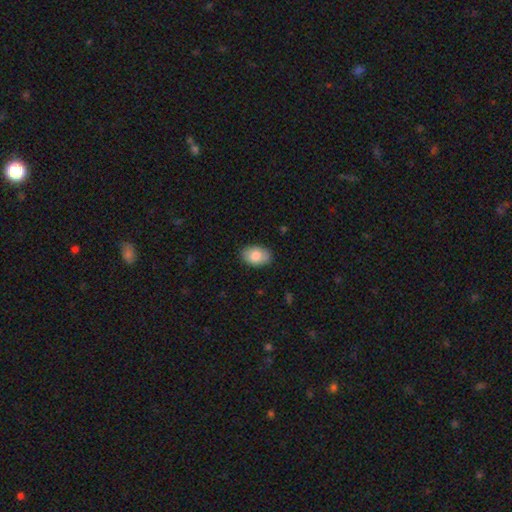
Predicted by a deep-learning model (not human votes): The model was most divided on "smooth or featured": smooth: 82%, featured or disk: 12%, star or artifact: 7%. More confident: how rounded — in between (87%); merging — none (87%).